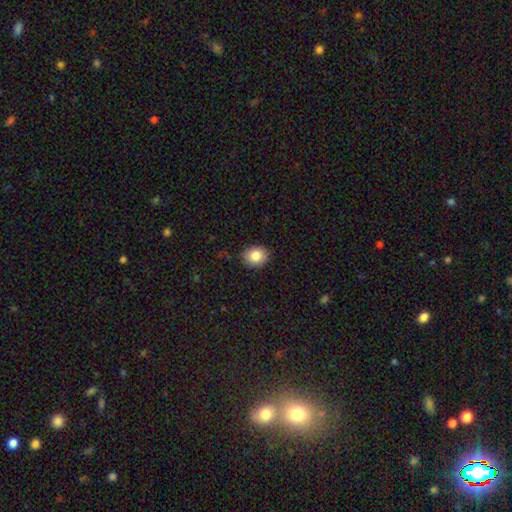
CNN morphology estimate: Q: Smooth or featured?
A: smooth (85%); runner-up: star or artifact (9%)
Q: How rounded?
A: round (56%); runner-up: in between (43%)
Q: Merging?
A: none (88%); runner-up: minor disturbance (9%)